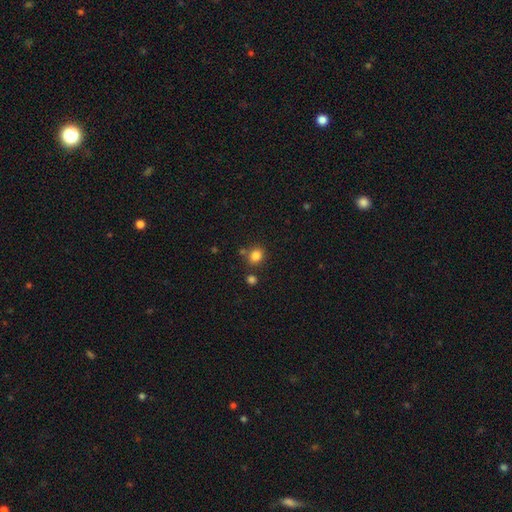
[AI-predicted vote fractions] Q: Smooth or featured?
A: smooth (83%); runner-up: star or artifact (12%)
Q: How rounded?
A: round (73%); runner-up: in between (26%)
Q: Merging?
A: none (76%); runner-up: minor disturbance (11%)